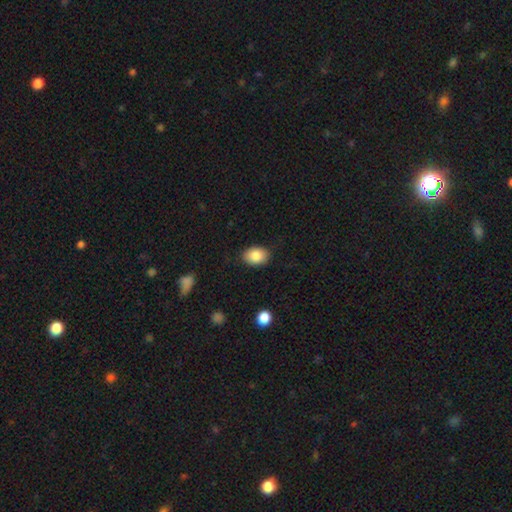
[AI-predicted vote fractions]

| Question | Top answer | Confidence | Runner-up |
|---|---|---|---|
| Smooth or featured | smooth | 85% | star or artifact (8%) |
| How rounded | in between | 75% | round (24%) |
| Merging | none | 86% | minor disturbance (11%) |